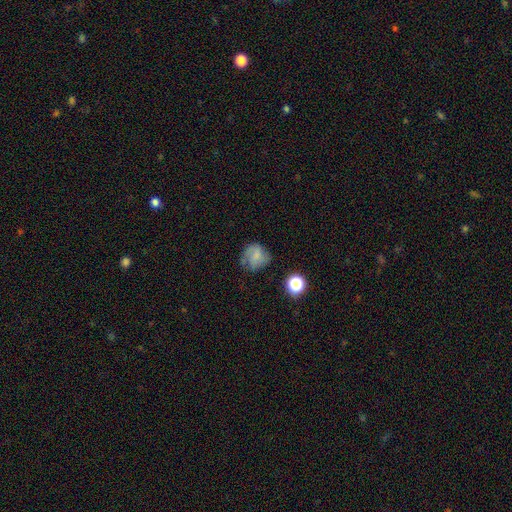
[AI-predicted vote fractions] smooth 62%, featured or disk 26%, star or artifact 12%. Down the decision tree: how rounded — round (74%); merging — none (53%).